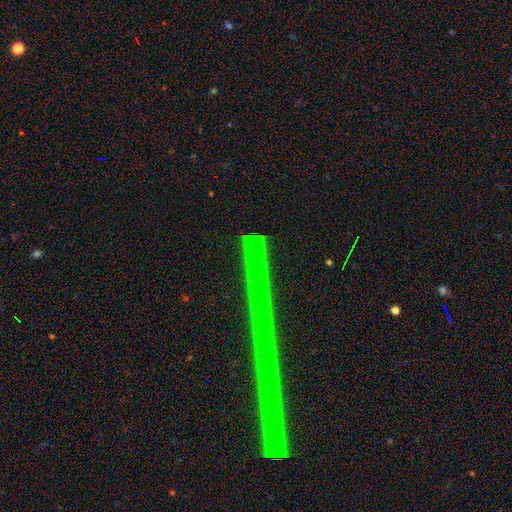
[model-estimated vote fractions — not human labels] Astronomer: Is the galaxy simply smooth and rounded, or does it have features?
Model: star or artifact — 62%.